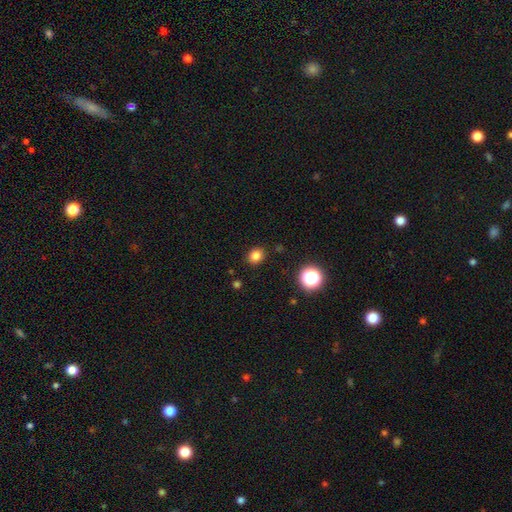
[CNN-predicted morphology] smooth 82%, star or artifact 14%, featured or disk 4%. Down the decision tree: how rounded — round (65%); merging — none (88%).